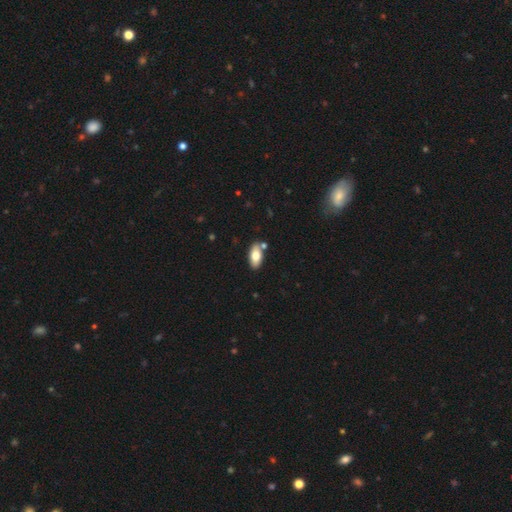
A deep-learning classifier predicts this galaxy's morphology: Q: Smooth or featured?
A: smooth (76%); runner-up: featured or disk (18%)
Q: How rounded?
A: in between (91%); runner-up: cigar-shaped (7%)
Q: Merging?
A: none (79%); runner-up: minor disturbance (11%)